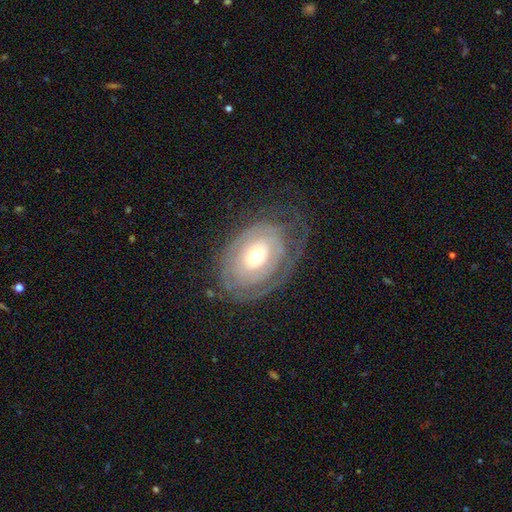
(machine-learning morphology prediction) The model was most divided on "bulge size": moderate: 52%, small: 39%, large: 7%, dominant: 2%, none: 1%. More confident: edge-on disk — no (94%); bar — no (79%); smooth or featured — featured or disk (69%); spiral arms — yes (68%); merging — none (61%).